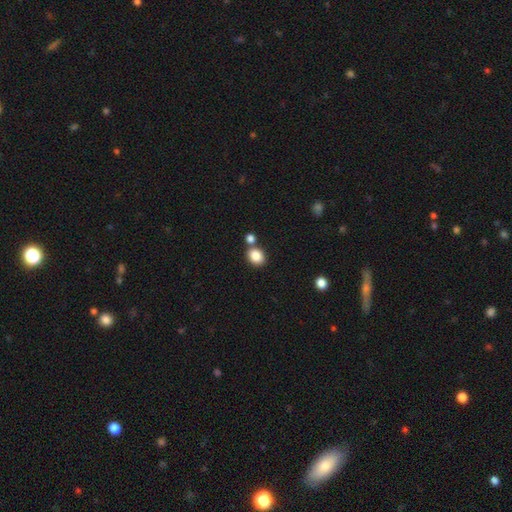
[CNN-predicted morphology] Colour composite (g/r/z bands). It shows a smooth galaxy with no disk features (85%) that is in between round and cigar-shaped (50%). Merging: none (66%).